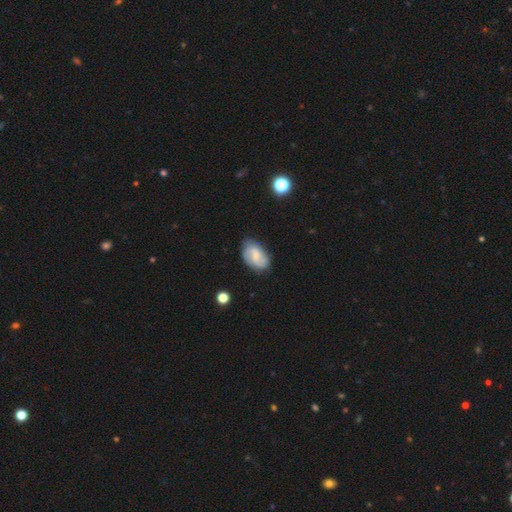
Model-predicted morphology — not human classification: The model was most divided on "smooth or featured": smooth: 48%, featured or disk: 44%, star or artifact: 8%. More confident: merging — none (69%).